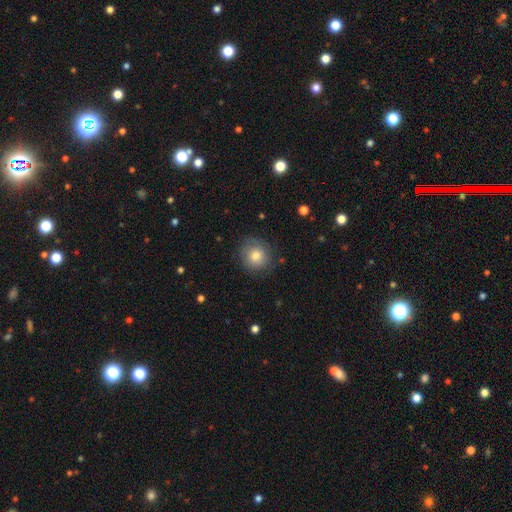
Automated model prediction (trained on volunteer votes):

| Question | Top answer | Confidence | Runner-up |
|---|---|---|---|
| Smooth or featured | smooth | 76% | featured or disk (15%) |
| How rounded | round | 89% | in between (10%) |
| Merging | none | 80% | minor disturbance (14%) |